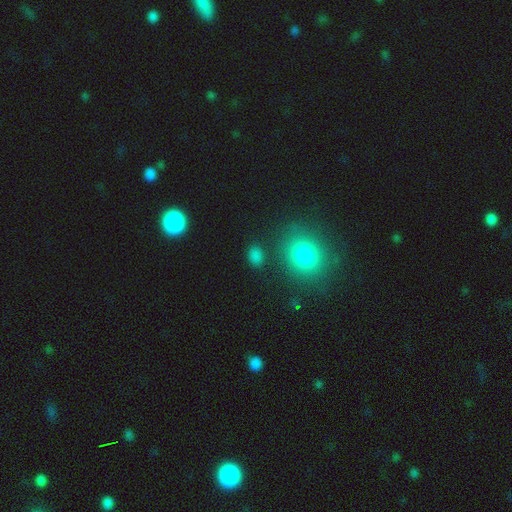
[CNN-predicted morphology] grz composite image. It shows a smooth galaxy with no disk features (79%) that is in between round and cigar-shaped (64%). Merging: none (83%).